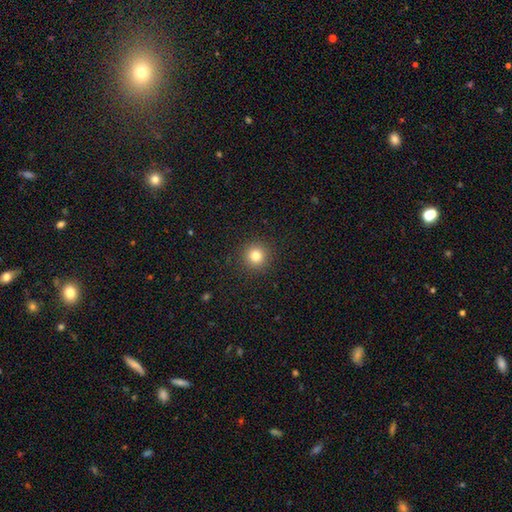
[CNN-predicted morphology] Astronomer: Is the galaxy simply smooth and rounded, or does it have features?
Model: smooth — 81%.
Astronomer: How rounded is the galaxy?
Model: round — 95%.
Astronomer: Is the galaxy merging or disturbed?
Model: none — 92%.